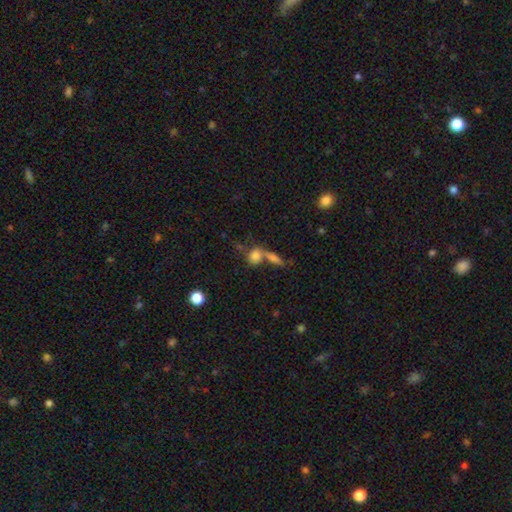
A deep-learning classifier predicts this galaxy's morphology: smooth_or_featured: smooth (p=0.77) [alt: featured or disk p=0.12]
how_rounded: round (p=0.61) [alt: in between p=0.33]
merging: merger (p=0.46) [alt: none p=0.39]